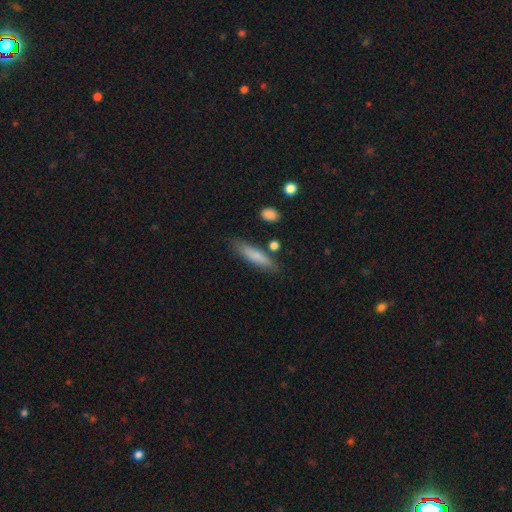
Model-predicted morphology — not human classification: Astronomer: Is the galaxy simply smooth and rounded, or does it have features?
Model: smooth — 79%.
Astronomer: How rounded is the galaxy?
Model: cigar-shaped — 73%.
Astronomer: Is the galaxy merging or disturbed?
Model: none — 79%.